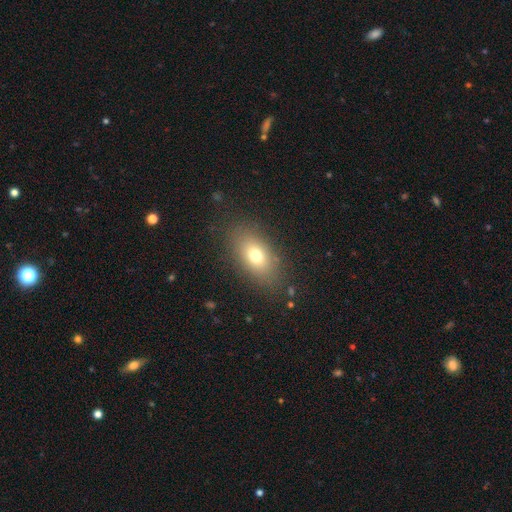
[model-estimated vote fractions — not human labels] Q: Smooth or featured?
A: smooth (72%); runner-up: featured or disk (16%)
Q: How rounded?
A: in between (85%); runner-up: round (11%)
Q: Merging?
A: none (84%); runner-up: minor disturbance (10%)